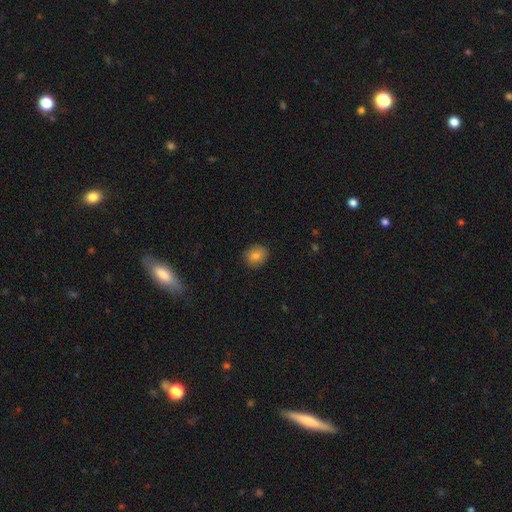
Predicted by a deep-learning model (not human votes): Morphology: type=smooth (83%); roundness=round (67%); merging=none (88%).